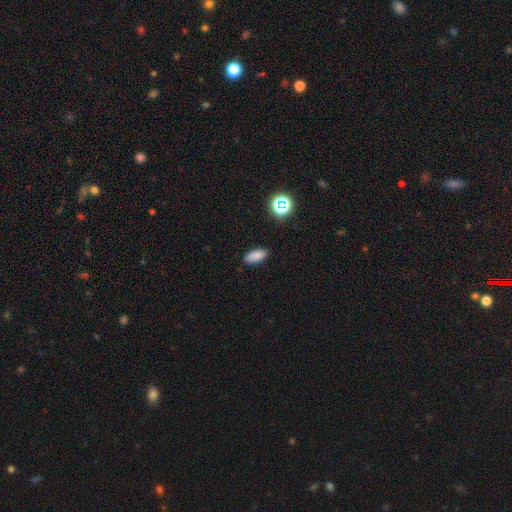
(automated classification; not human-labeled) Smooth or featured? Predicted: smooth (p=0.84). How rounded? Predicted: in between (p=0.85). Merging? Predicted: none (p=0.88).